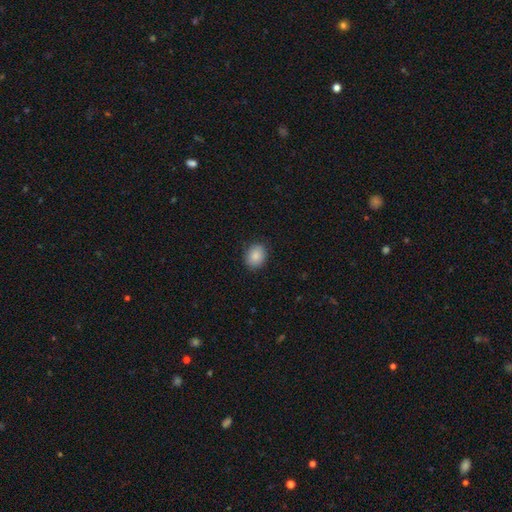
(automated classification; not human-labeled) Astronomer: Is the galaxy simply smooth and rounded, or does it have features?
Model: smooth — 88%.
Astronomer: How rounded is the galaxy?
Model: round — 52% (runner-up: in between, 47%).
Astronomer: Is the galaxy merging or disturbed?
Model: none — 88%.